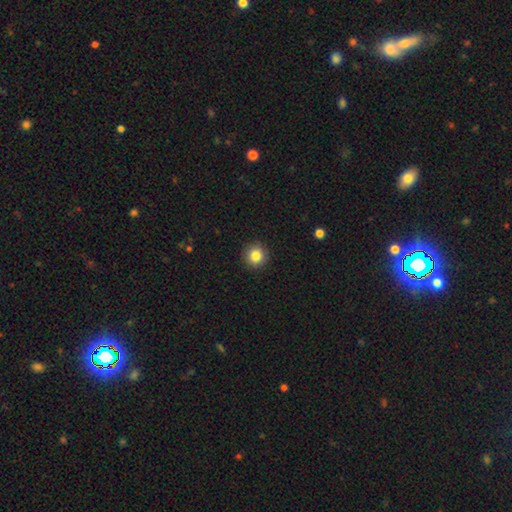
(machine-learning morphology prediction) smooth_or_featured: smooth (p=0.84) [alt: star or artifact p=0.10]
how_rounded: round (p=0.93) [alt: in between p=0.06]
merging: none (p=0.92) [alt: minor disturbance p=0.05]